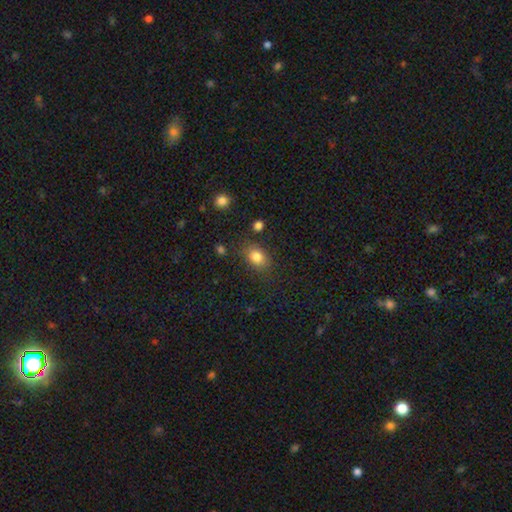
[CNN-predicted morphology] A smooth galaxy with no disk features (84%) that is in between round and cigar-shaped (72%).

Vote fractions:
- Smooth or featured? smooth: 84% / star or artifact: 10% / featured or disk: 6%
- How rounded? in between: 72% / round: 26% / cigar-shaped: 2%
- Merging? none: 76% / minor disturbance: 16% / major disturbance: 5% / merger: 3%